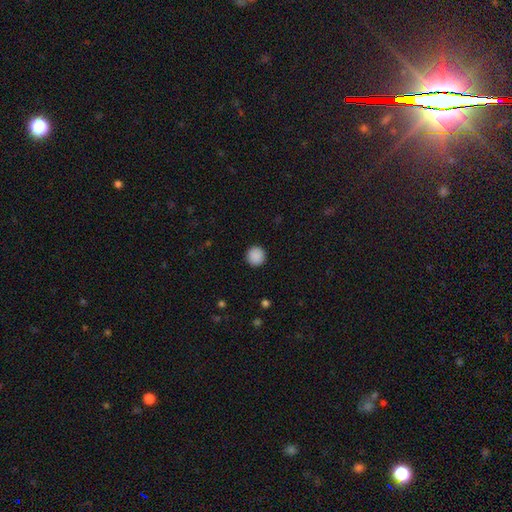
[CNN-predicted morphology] Overall: smooth (89%). How rounded: round (95%). Merging: none (93%).